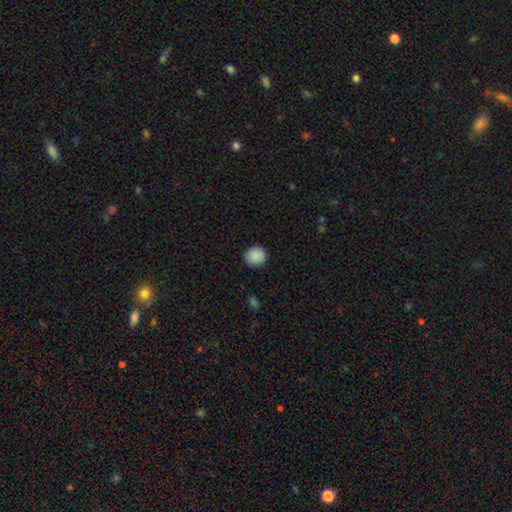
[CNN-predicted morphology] This is clearly a smooth galaxy (89%). How rounded: clearly round (87%). Merging: clearly none (89%).